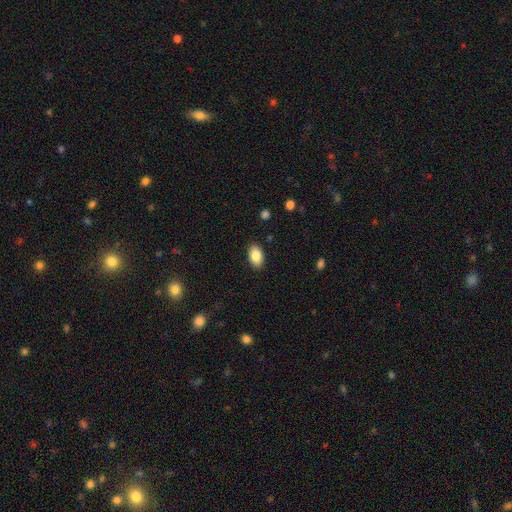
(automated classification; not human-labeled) smooth_or_featured: smooth (p=0.85) [alt: featured or disk p=0.07]
how_rounded: in between (p=0.93) [alt: round p=0.06]
merging: none (p=0.88) [alt: minor disturbance p=0.08]